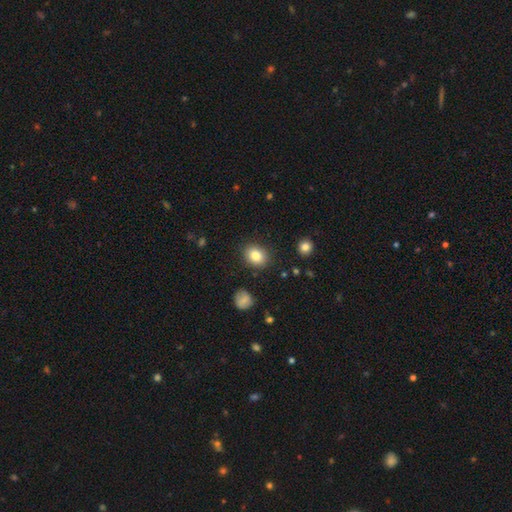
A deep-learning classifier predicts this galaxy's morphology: smooth_or_featured: smooth (p=0.83) [alt: star or artifact p=0.10]
how_rounded: round (p=0.58) [alt: in between p=0.41]
merging: none (p=0.87) [alt: minor disturbance p=0.09]